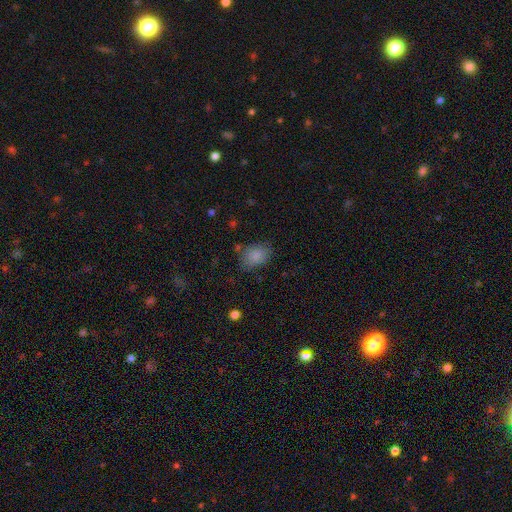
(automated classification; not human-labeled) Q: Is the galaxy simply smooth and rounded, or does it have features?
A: smooth — 83%.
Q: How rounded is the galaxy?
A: in between — 73%.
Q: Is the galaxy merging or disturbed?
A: none — 72%.